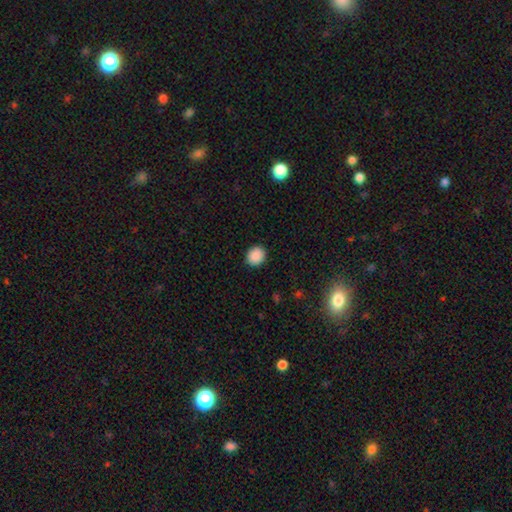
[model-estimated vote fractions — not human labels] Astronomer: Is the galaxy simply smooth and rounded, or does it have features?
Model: smooth — 89%.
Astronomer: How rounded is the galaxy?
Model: round — 68%.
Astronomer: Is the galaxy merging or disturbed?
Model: none — 90%.